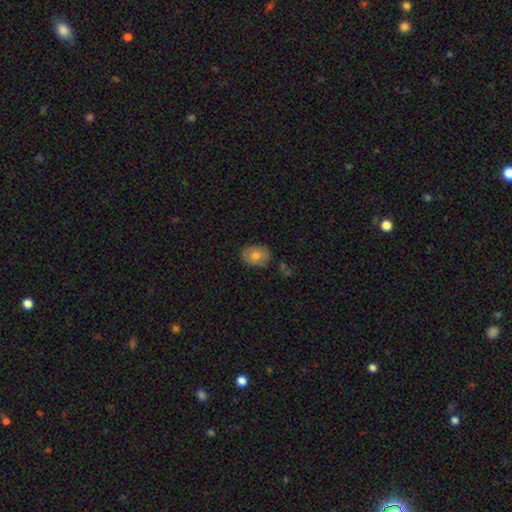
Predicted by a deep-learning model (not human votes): This is likely a smooth galaxy (72%). How rounded: likely in between (65%). Merging: clearly none (81%).